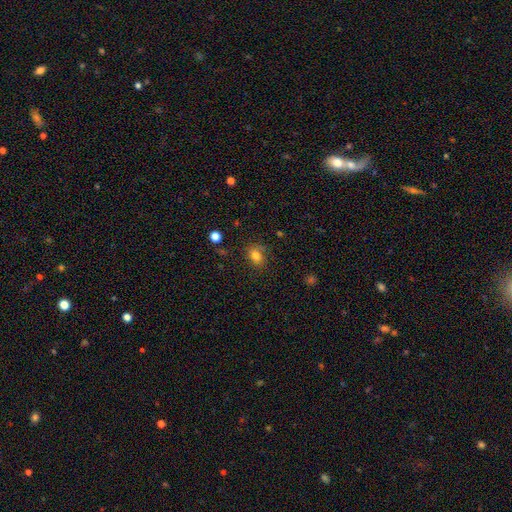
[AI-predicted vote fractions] This appears to be a smooth galaxy with no disk features (80%) that is in between round and cigar-shaped (57%). Merging: none (75%).